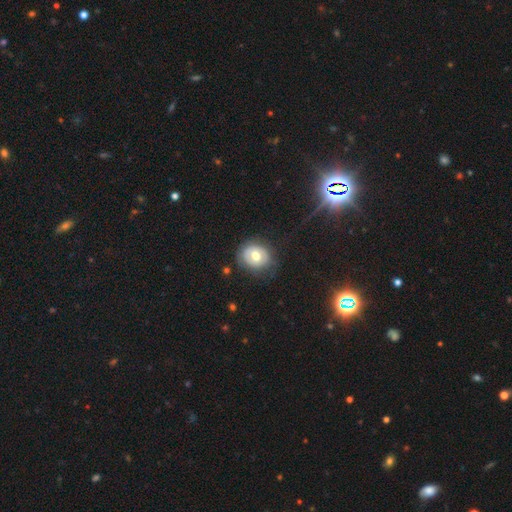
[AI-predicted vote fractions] A smooth galaxy with no disk features (51%) that is round (67%). Merging: none (76%).